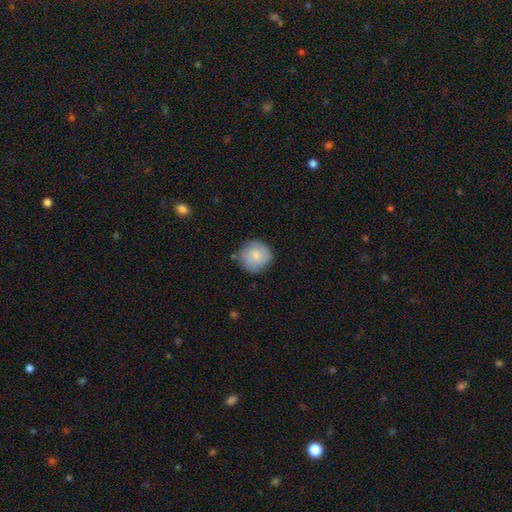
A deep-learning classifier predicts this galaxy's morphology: Smooth or featured? Predicted: smooth (p=0.81). How rounded? Predicted: round (p=0.92). Merging? Predicted: none (p=0.77).